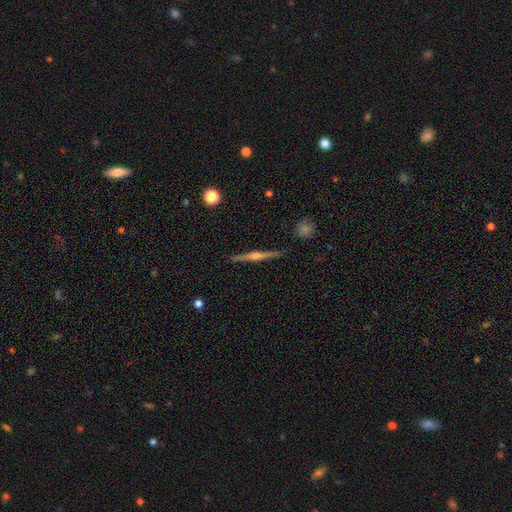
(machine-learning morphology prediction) featured or disk 75%, smooth 18%, star or artifact 6%. Down the decision tree: edge-on disk — yes (98%); edge-on bulge — rounded (75%); merging — none (92%).